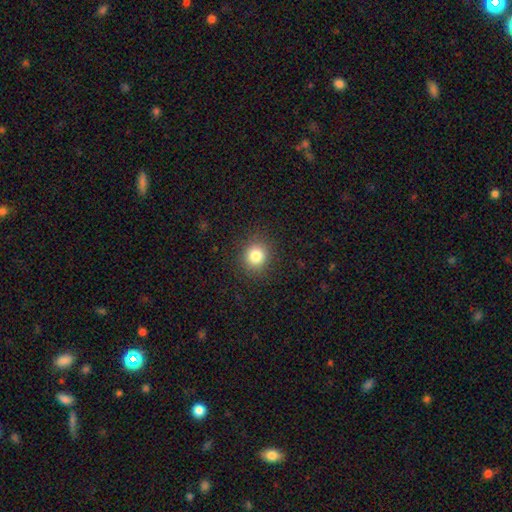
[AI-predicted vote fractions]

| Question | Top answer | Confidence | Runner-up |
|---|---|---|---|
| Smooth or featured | smooth | 82% | star or artifact (12%) |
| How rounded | round | 86% | in between (13%) |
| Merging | none | 89% | minor disturbance (7%) |